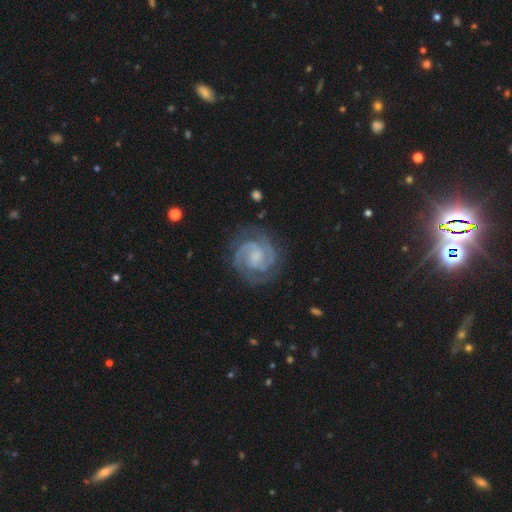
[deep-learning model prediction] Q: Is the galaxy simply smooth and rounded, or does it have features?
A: featured or disk — 89%.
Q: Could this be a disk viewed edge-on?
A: no — 98%.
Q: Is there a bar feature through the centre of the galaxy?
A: no — 45%.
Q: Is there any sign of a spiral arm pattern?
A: yes — 98%.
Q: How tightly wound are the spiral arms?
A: tight — 55%.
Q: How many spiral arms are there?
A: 2 — 79%.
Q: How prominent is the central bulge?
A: small — 41%.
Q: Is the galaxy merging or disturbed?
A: none — 79%.